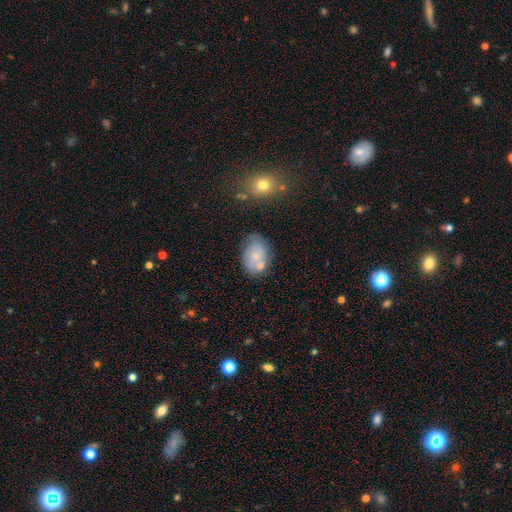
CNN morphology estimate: smooth 64%, featured or disk 27%, star or artifact 9%. Down the decision tree: how rounded — in between (78%); merging — none (52%).